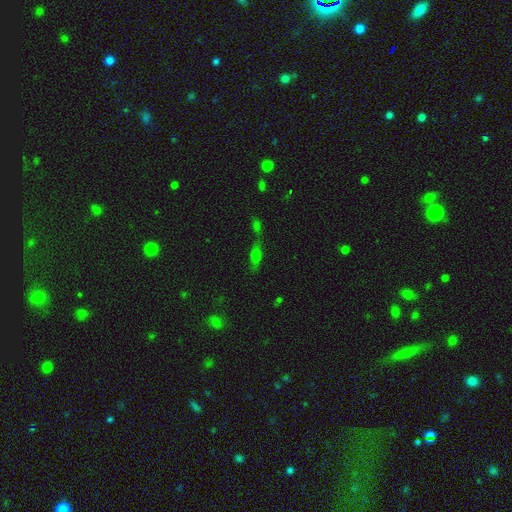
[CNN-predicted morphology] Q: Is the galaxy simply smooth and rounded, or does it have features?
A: smooth — 46%.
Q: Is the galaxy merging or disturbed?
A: none — 49%.